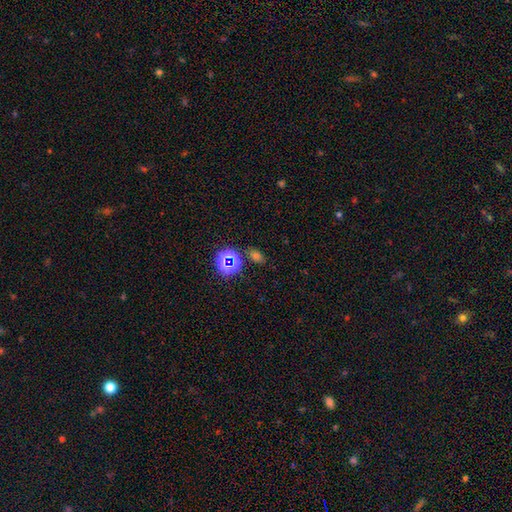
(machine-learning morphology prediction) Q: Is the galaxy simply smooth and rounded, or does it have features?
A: smooth — 46%, tied with star or artifact.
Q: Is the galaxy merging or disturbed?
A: none — 78%.